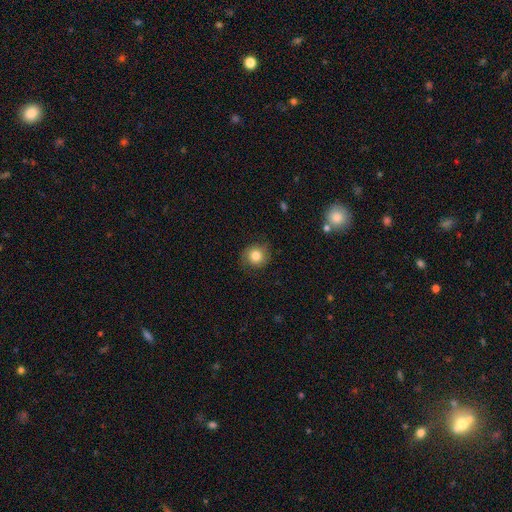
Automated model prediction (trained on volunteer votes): smooth_or_featured: smooth (p=0.81) [alt: star or artifact p=0.10]
how_rounded: round (p=0.86) [alt: in between p=0.13]
merging: none (p=0.81) [alt: minor disturbance p=0.14]